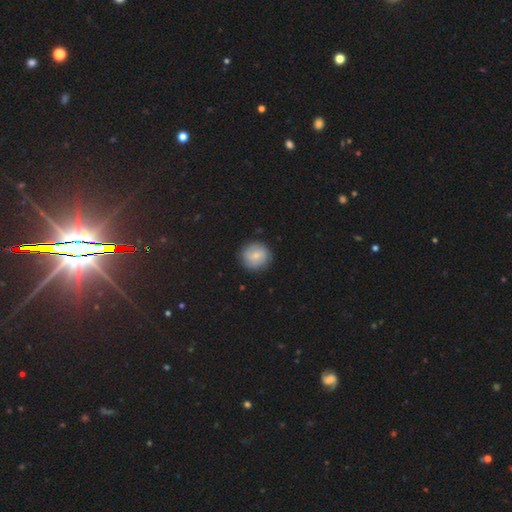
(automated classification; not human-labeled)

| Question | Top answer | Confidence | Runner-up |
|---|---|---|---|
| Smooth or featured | smooth | 61% | featured or disk (31%) |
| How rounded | round | 91% | in between (8%) |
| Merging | none | 86% | minor disturbance (10%) |